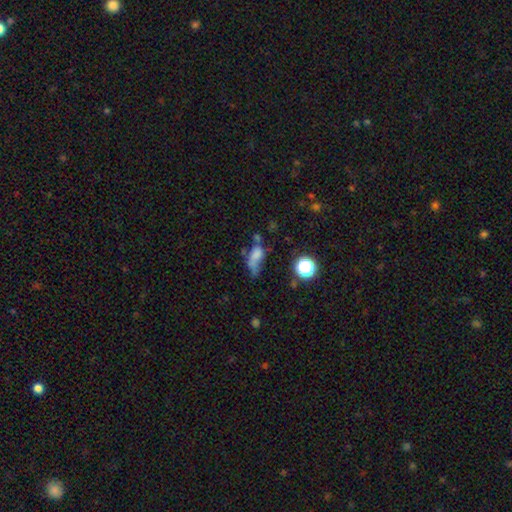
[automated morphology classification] Smooth or featured? smooth (62%)
How rounded? in between (75%)
Merging? major disturbance (34%)